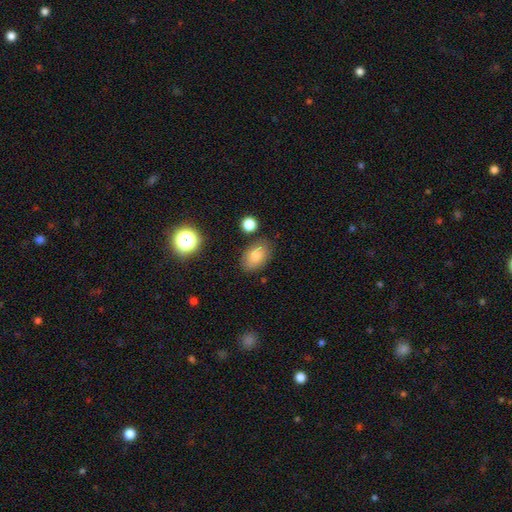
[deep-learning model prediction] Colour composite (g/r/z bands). It shows a smooth galaxy with no disk features (79%) that is in between round and cigar-shaped (85%). Merging: none (78%).